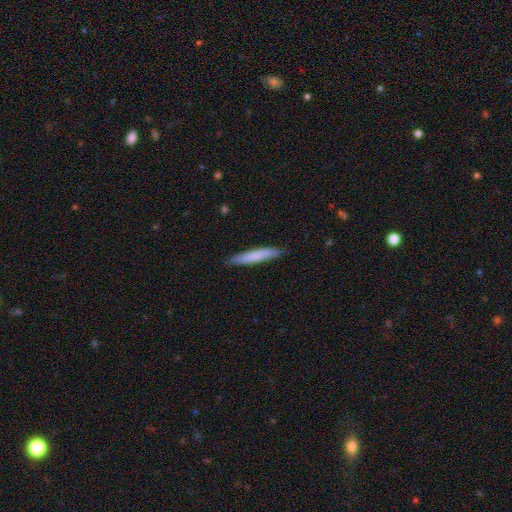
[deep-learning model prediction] This appears to be a smooth galaxy with no disk features (77%) that is cigar-shaped (94%). Merging: none (89%).